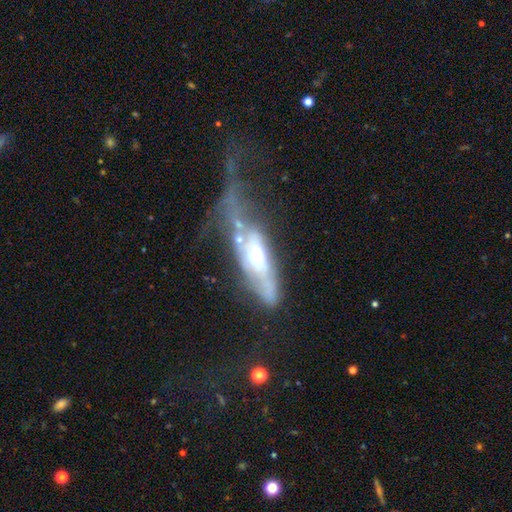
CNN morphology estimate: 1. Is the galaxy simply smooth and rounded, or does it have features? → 69% featured or disk, 23% smooth, 8% star or artifact.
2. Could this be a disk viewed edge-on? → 58% no, 42% yes.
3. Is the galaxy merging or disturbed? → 52% major disturbance, 17% minor disturbance, 16% none, 15% merger.